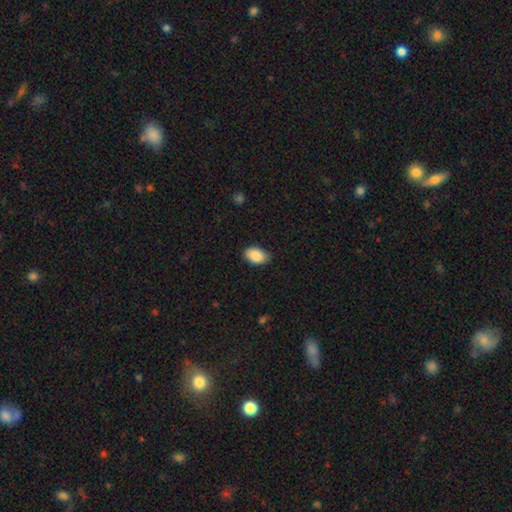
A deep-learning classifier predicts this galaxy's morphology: Smooth or featured: smooth — 89% (star or artifact — 7%)
How rounded: in between — 90% (round — 9%)
Merging: none — 84% (minor disturbance — 13%)